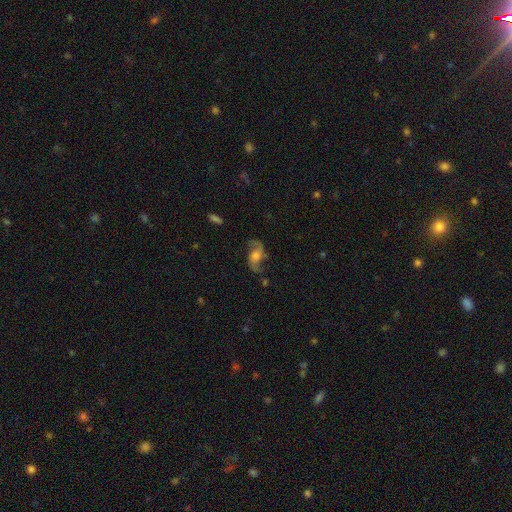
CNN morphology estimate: Smooth or featured? featured or disk (77%)
Edge-on disk? no (95%)
Bar? no (57%)
Spiral arms? yes (94%)
Spiral winding? loose (69%)
Spiral arm count? 2 (91%)
Bulge size? moderate (41%)
Merging? none (67%)